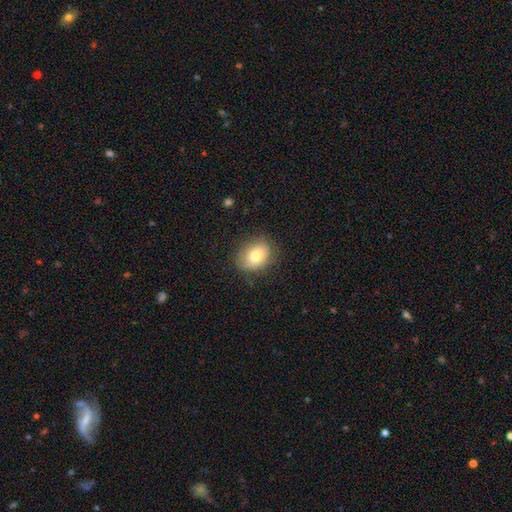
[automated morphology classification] This is likely a smooth galaxy (76%). How rounded: likely in between (61%). Merging: likely none (77%).